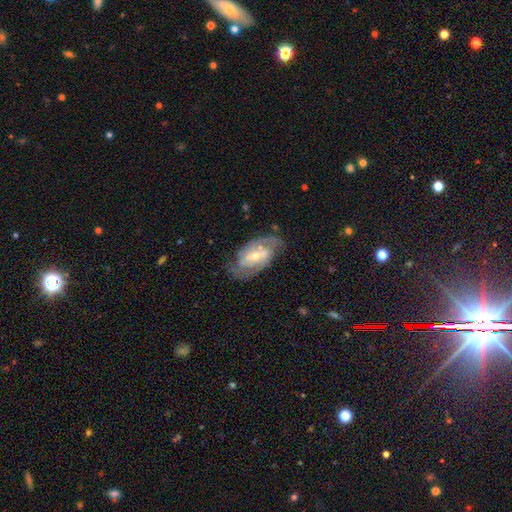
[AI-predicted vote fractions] smooth-or-featured: featured or disk: 82% | smooth: 12% | star or artifact: 6%
  disk-edge-on: no: 96% | yes: 4%
    bar: no: 43% | weak: 41% | strong: 15%
    has-spiral-arms: yes: 92% | no: 8%
      spiral-winding: medium: 46% | tight: 40% | loose: 14%
      spiral-arm-count: 2: 73% | can't tell: 14% | 3: 6% | 1: 3% | 4: 2% | more than 4: 2%
    bulge-size: small: 55% | moderate: 40% | large: 2% | none: 2% | dominant: 1%
  merging: none: 64% | minor disturbance: 19% | major disturbance: 9% | merger: 8%